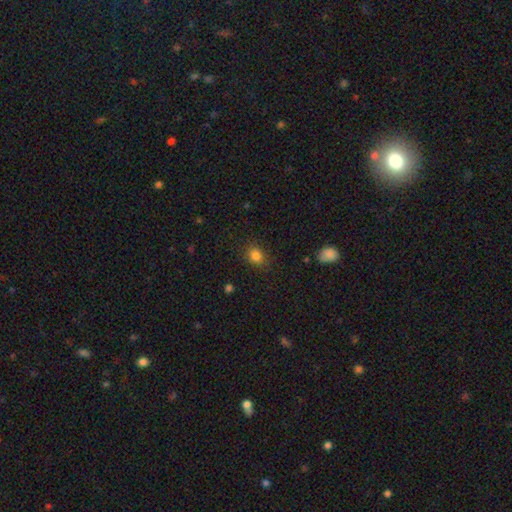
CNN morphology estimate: A smooth galaxy with no disk features (83%) that is round (56%). Merging: none (82%).